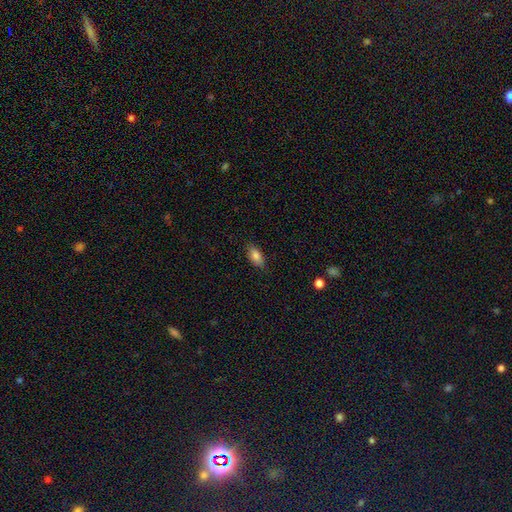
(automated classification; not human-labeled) smooth 83%, featured or disk 9%, star or artifact 8%. Down the decision tree: how rounded — in between (88%); merging — none (85%).